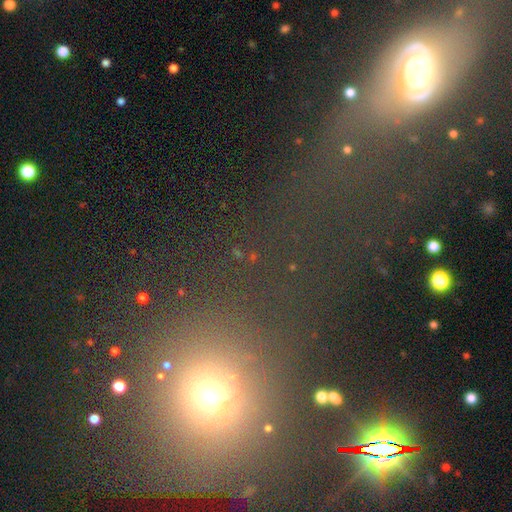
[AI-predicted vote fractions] The model was most divided on "smooth or featured": smooth: 44%, star or artifact: 40%, featured or disk: 17%. More confident: merging — none (54%).